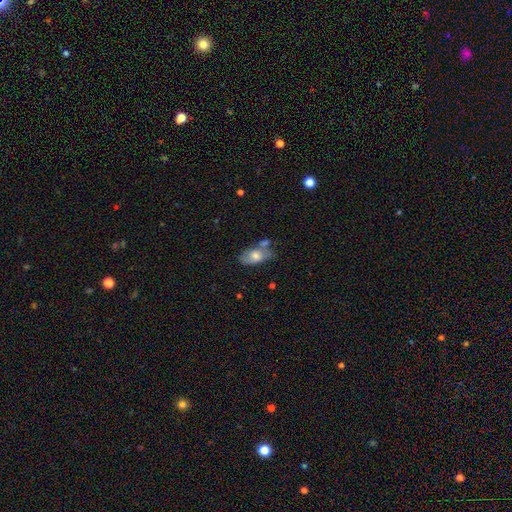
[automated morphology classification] Smooth or featured? smooth (66%)
How rounded? in between (91%)
Merging? none (44%)